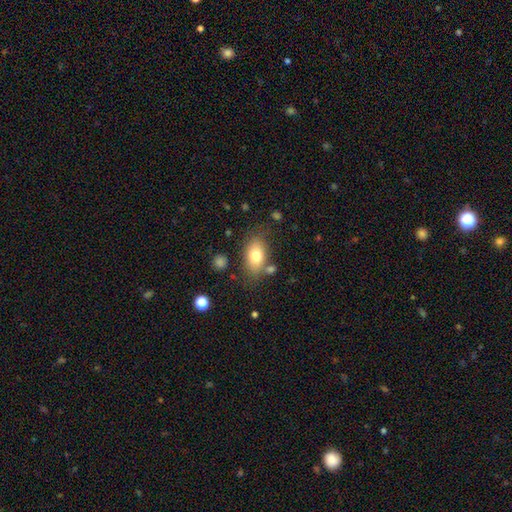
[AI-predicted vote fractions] A smooth galaxy with no disk features (76%) that is in between round and cigar-shaped (87%).

Vote fractions:
- Smooth or featured? smooth: 76% / featured or disk: 15% / star or artifact: 8%
- How rounded? in between: 87% / round: 10% / cigar-shaped: 3%
- Merging? none: 72% / minor disturbance: 15% / merger: 8% / major disturbance: 5%